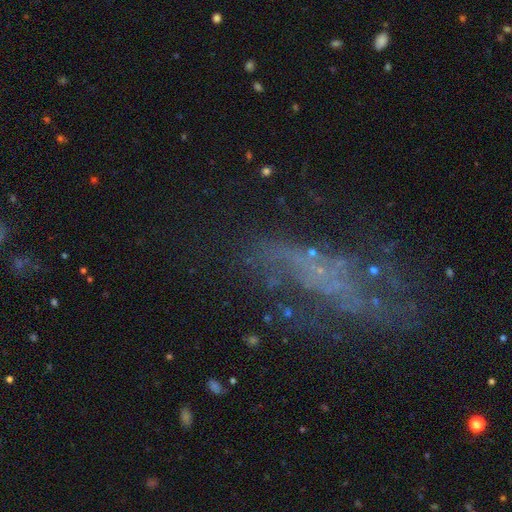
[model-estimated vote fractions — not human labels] Overall: featured or disk (48%; star or artifact 29%). Merging: none (45%; major disturbance 28%).